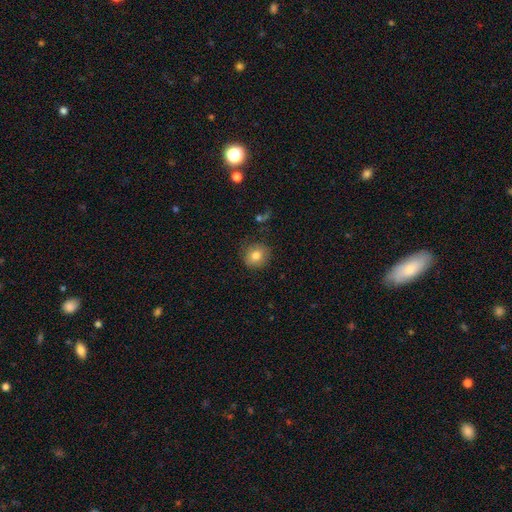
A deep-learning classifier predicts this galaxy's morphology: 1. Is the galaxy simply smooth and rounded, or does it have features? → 79% smooth, 10% featured or disk, 10% star or artifact.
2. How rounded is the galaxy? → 86% round, 13% in between, 1% cigar-shaped.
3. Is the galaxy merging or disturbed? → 85% none, 11% minor disturbance, 3% major disturbance, 1% merger.